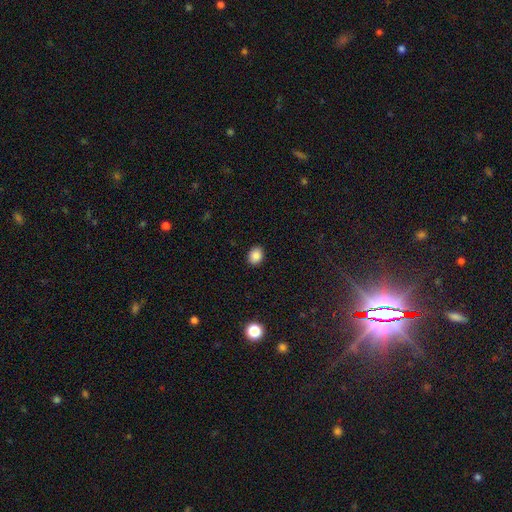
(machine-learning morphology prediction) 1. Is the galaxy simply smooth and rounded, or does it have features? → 87% smooth, 9% star or artifact, 4% featured or disk.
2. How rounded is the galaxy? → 55% in between, 45% round, 1% cigar-shaped.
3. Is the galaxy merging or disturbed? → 90% none, 7% minor disturbance, 2% major disturbance, 1% merger.